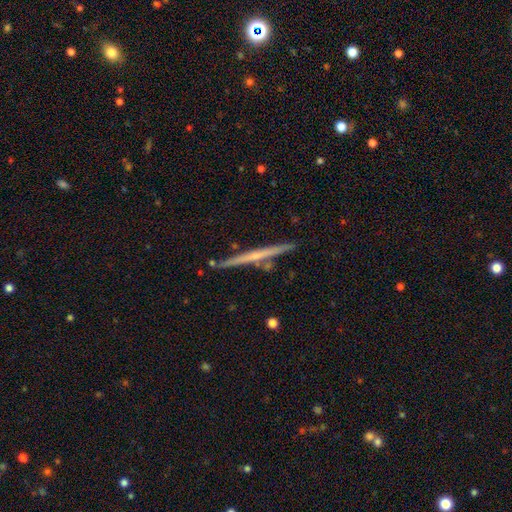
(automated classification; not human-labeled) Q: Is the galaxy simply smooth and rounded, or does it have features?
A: featured or disk — 66%.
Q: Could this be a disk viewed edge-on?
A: yes — 98%.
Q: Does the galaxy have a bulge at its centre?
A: none — 62%.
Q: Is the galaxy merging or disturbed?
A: none — 87%.